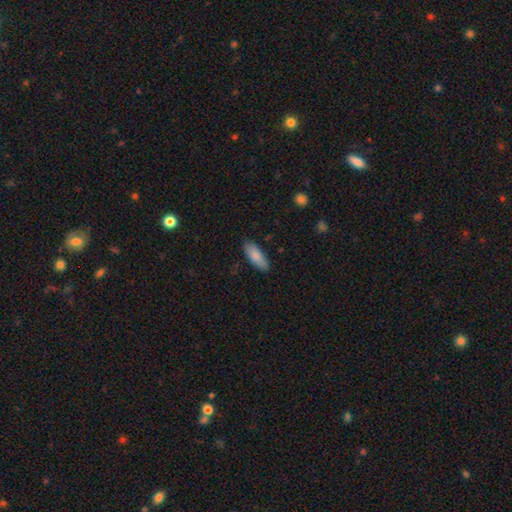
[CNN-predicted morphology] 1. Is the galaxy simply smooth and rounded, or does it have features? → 84% smooth, 10% featured or disk, 6% star or artifact.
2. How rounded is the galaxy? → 72% in between, 26% cigar-shaped, 2% round.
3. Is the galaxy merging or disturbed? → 85% none, 11% minor disturbance, 2% major disturbance, 1% merger.